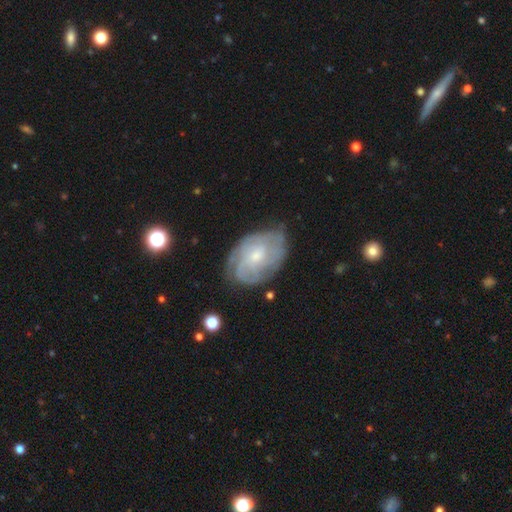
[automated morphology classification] Smooth or featured?
  - featured or disk: 74% *
  - smooth: 19%
  - star or artifact: 7%
Edge-on disk?
  - no: 96% *
  - yes: 4%
Bar?
  - no: 67% *
  - weak: 29%
  - strong: 4%
Spiral arms?
  - yes: 89% *
  - no: 11%
Spiral winding?
  - tight: 59% *
  - medium: 31%
  - loose: 10%
Spiral arm count?
  - can't tell: 46% *
  - 2: 17%
  - 3: 17%
  - 4: 10%
  - more than 4: 5%
  - 1: 5%
Bulge size?
  - small: 54% *
  - moderate: 39%
  - none: 4%
  - large: 2%
  - dominant: 1%
Merging?
  - none: 68% *
  - minor disturbance: 22%
  - major disturbance: 8%
  - merger: 2%